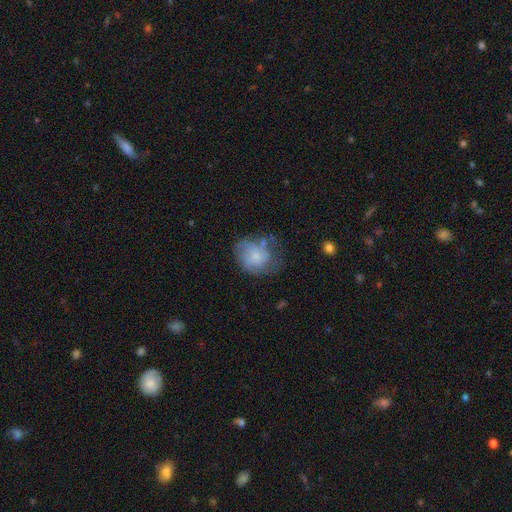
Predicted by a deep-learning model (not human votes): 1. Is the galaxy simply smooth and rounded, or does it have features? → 53% smooth, 39% featured or disk, 8% star or artifact.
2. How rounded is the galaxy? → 53% round, 46% in between, 1% cigar-shaped.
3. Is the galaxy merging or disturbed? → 41% none, 31% minor disturbance, 23% major disturbance, 5% merger.